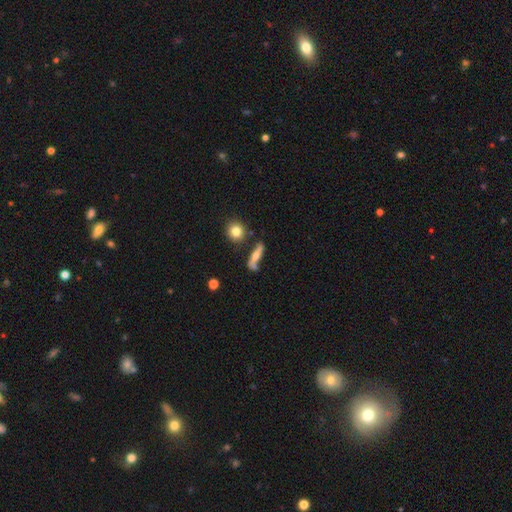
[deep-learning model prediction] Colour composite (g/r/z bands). It shows a featured or disk galaxy (53%) viewed edge-on (56%). Merging: none (59%).